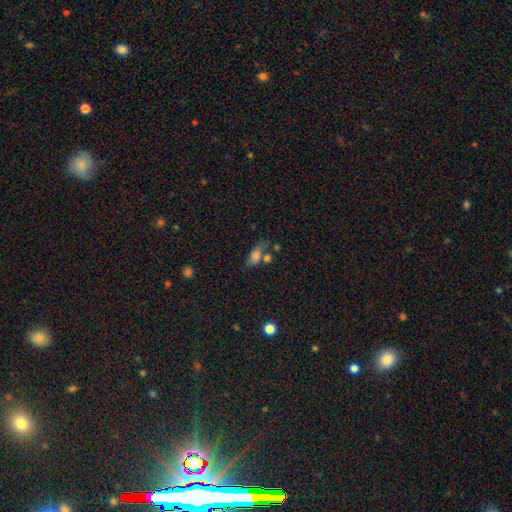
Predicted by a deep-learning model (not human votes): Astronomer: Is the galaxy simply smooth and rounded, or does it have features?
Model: smooth — 71%.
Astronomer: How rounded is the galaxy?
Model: in between — 81%.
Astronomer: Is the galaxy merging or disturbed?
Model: none — 41% (runner-up: merger, 23%).